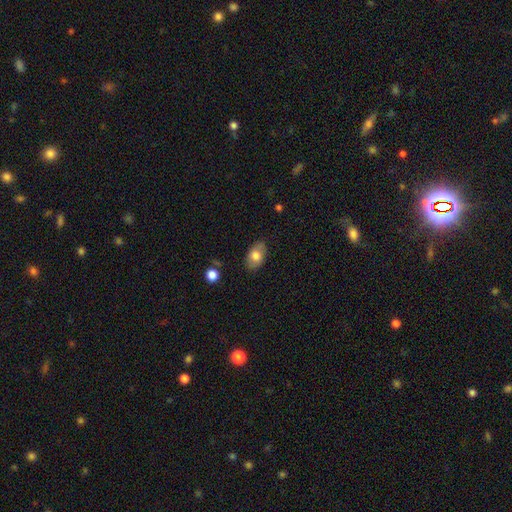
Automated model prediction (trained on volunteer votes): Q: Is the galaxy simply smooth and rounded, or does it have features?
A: smooth — 76%.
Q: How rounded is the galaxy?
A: in between — 89%.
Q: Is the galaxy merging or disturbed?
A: none — 81%.